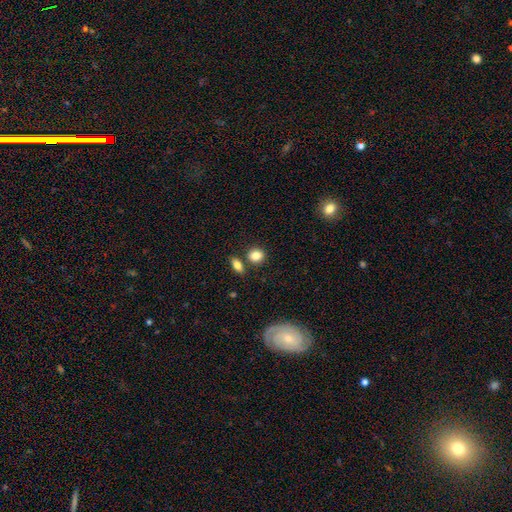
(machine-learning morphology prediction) A smooth galaxy with no disk features (84%) that is round (65%).

Vote fractions:
- Smooth or featured? smooth: 84% / star or artifact: 9% / featured or disk: 7%
- How rounded? round: 65% / in between: 33% / cigar-shaped: 2%
- Merging? none: 74% / merger: 14% / minor disturbance: 10% / major disturbance: 3%